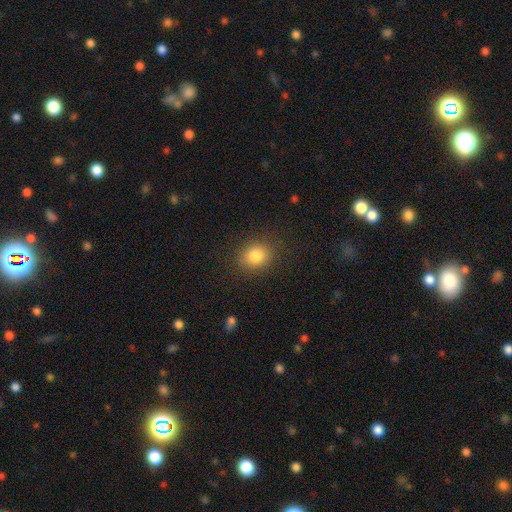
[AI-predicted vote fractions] Q: Smooth or featured?
A: smooth (84%); runner-up: star or artifact (10%)
Q: How rounded?
A: round (62%); runner-up: in between (37%)
Q: Merging?
A: none (86%); runner-up: minor disturbance (10%)